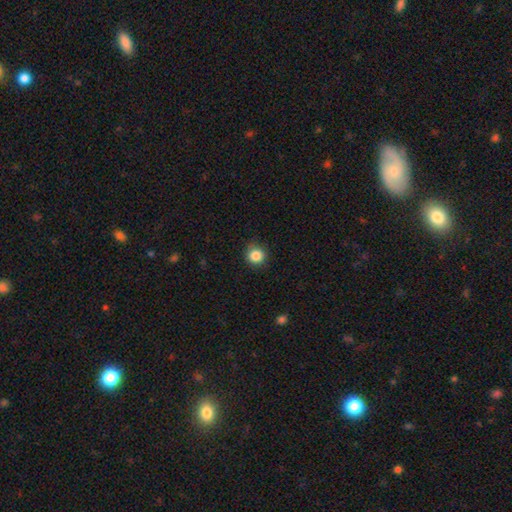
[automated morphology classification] A smooth galaxy with no disk features (86%) that is round (92%).

Vote fractions:
- Smooth or featured? smooth: 86% / star or artifact: 10% / featured or disk: 4%
- How rounded? round: 92% / in between: 7% / cigar-shaped: 1%
- Merging? none: 81% / minor disturbance: 14% / major disturbance: 3% / merger: 1%